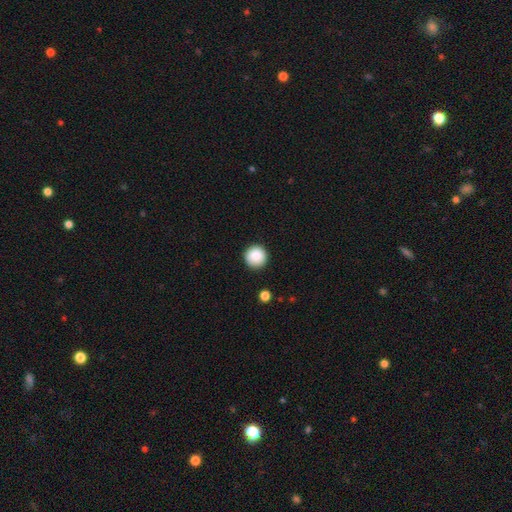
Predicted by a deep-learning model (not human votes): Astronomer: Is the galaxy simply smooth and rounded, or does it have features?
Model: smooth — 88%.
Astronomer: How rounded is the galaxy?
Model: round — 96%.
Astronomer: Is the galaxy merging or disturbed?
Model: none — 91%.